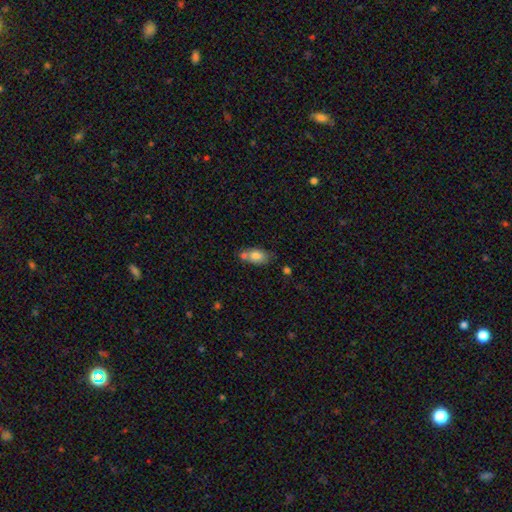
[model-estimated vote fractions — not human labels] Smooth or featured?
  - smooth: 79% *
  - featured or disk: 13%
  - star or artifact: 8%
How rounded?
  - in between: 86% *
  - round: 11%
  - cigar-shaped: 3%
Merging?
  - none: 49% *
  - merger: 30%
  - minor disturbance: 17%
  - major disturbance: 4%